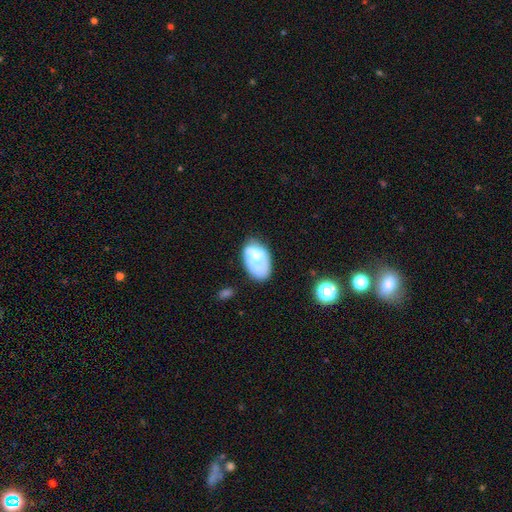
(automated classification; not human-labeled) Smooth or featured? Predicted: smooth (p=0.51). How rounded? Predicted: in between (p=0.89). Merging? Predicted: none (p=0.37).